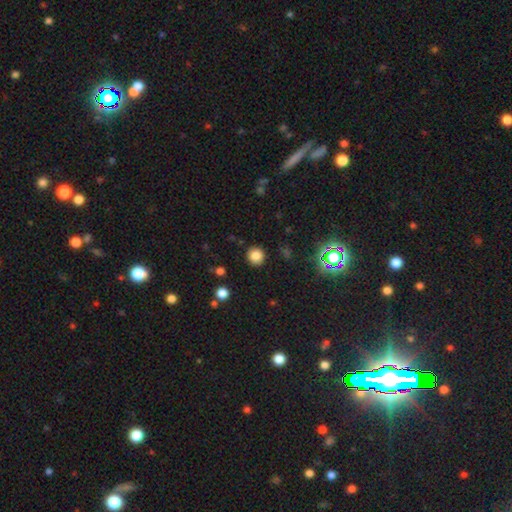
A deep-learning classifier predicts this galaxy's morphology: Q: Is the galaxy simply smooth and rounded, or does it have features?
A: smooth — 82%.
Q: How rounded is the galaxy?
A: round — 92%.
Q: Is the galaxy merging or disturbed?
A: none — 91%.